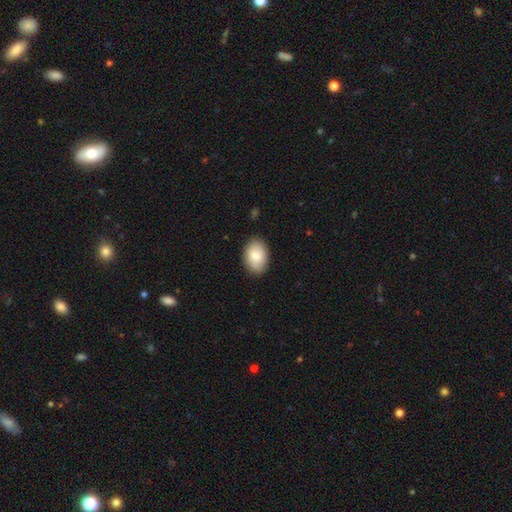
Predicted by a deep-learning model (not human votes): Morphology: type=smooth (79%); roundness=in between (84%); merging=none (85%).